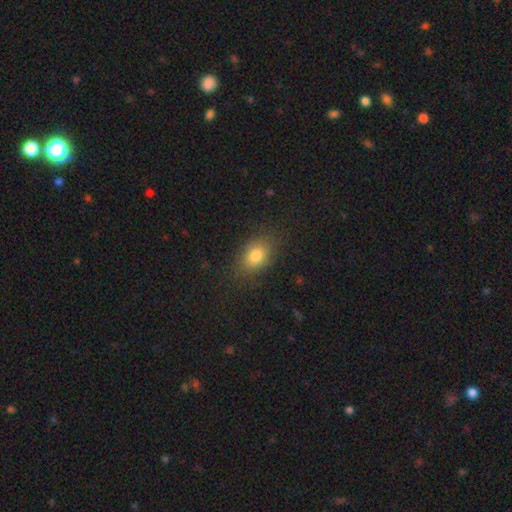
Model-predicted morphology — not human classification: type=smooth (80%); roundness=in between (76%); merging=none (82%).